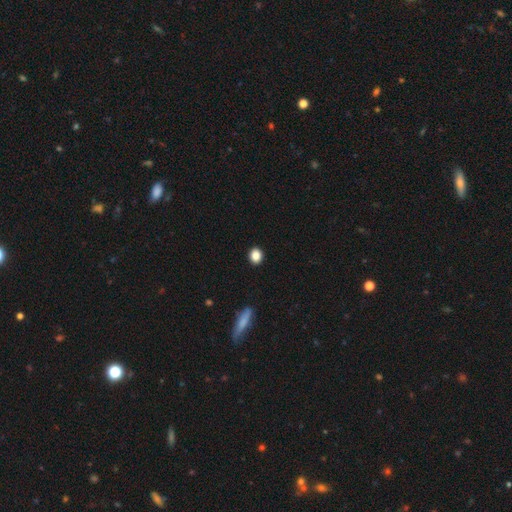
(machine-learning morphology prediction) A smooth galaxy with no disk features (86%) that is round (62%). Merging: none (91%).